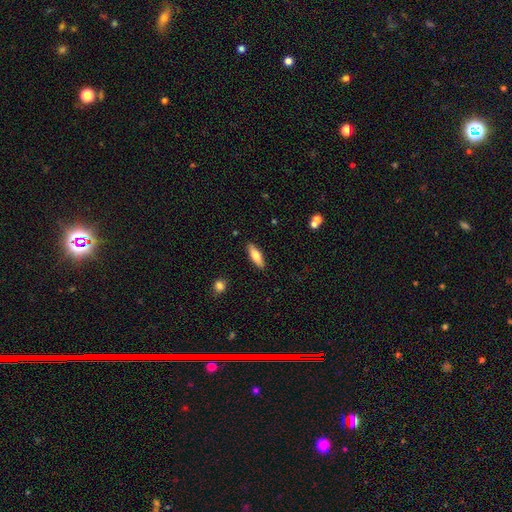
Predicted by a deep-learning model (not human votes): Smooth or featured? Predicted: smooth (p=0.62). How rounded? Predicted: in between (p=0.53). Merging? Predicted: none (p=0.89).